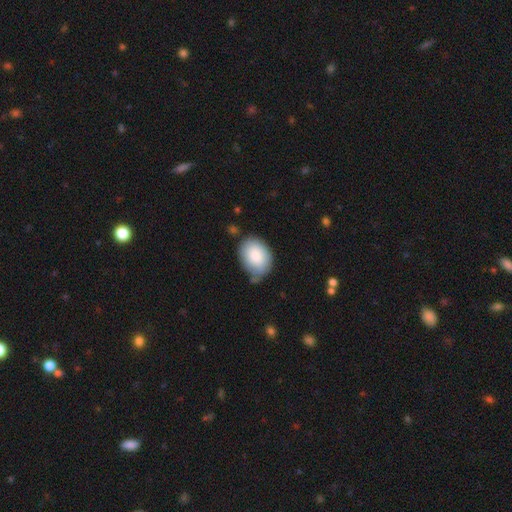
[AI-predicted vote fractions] Smooth or featured? Predicted: smooth (p=0.85). How rounded? Predicted: in between (p=0.73). Merging? Predicted: none (p=0.59).